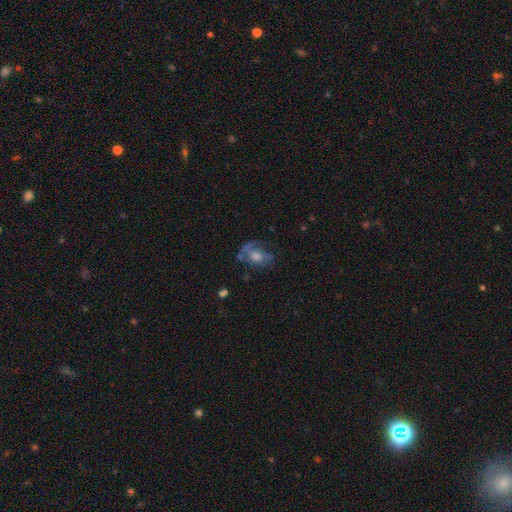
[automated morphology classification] A featured or disk galaxy (55%) with no bar (80%), spiral arms (58%) and a moderate central bulge (48%).

Vote fractions:
- Smooth or featured? featured or disk: 55% / smooth: 31% / star or artifact: 14%
- Edge-on disk? no: 95% / yes: 5%
- Bar? no: 80% / weak: 17% / strong: 3%
- Spiral arms? yes: 58% / no: 42%
- Bulge size? moderate: 48% / large: 27% / small: 16% / none: 7% / dominant: 3%
- Merging? none: 49% / major disturbance: 26% / minor disturbance: 22% / merger: 4%